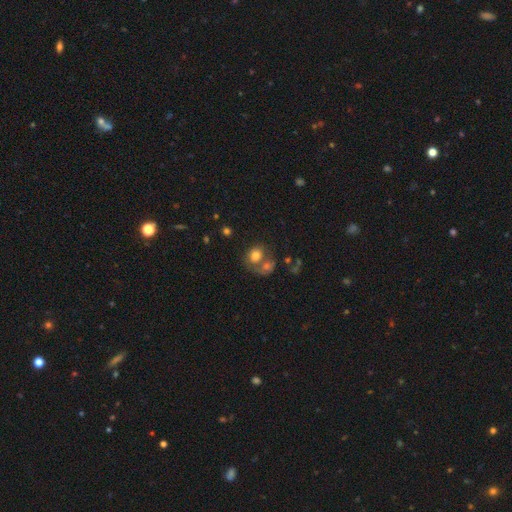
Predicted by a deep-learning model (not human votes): Morphology: type=smooth (71%); roundness=round (68%); merging=merger (53%).